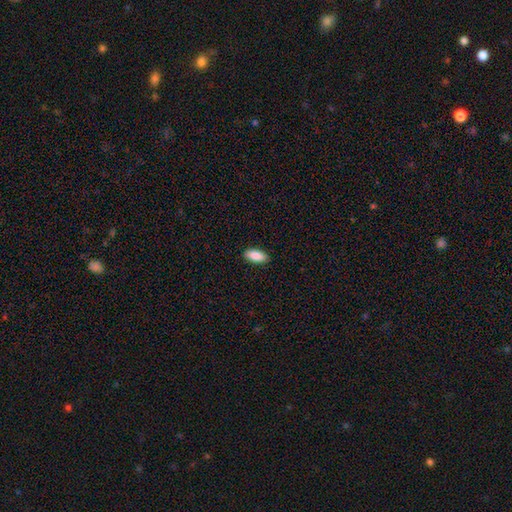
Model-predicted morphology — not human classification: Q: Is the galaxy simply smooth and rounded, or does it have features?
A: smooth — 88%.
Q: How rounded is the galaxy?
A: in between — 88%.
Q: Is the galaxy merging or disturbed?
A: none — 90%.